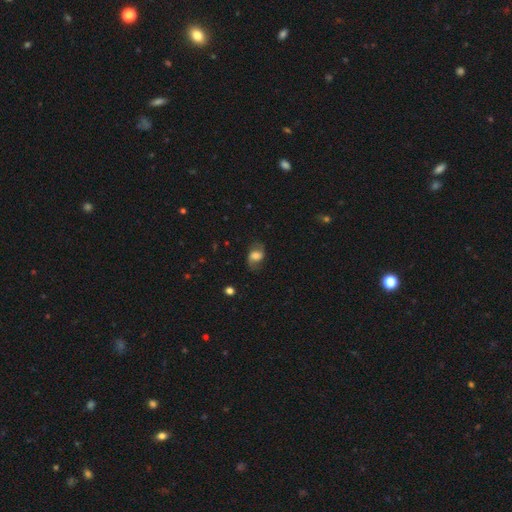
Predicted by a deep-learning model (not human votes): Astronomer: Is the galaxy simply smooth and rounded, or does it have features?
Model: smooth — 47% (runner-up: featured or disk, 43%).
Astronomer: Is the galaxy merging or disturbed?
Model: none — 70%.